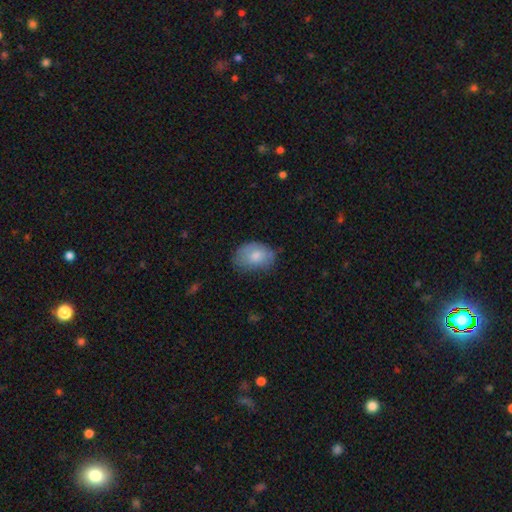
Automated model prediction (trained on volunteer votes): Overall: smooth (76%). How rounded: in between (83%). Merging: none (59%; minor disturbance 30%).